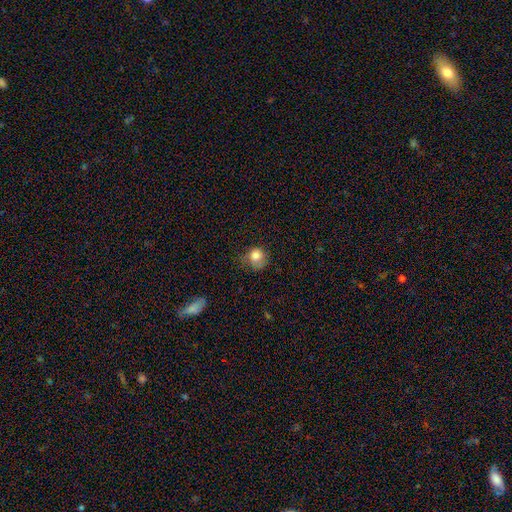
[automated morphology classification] Smooth or featured?
  - smooth: 80% *
  - star or artifact: 10%
  - featured or disk: 10%
How rounded?
  - round: 79% *
  - in between: 20%
  - cigar-shaped: 1%
Merging?
  - none: 48% *
  - minor disturbance: 32%
  - major disturbance: 17%
  - merger: 2%